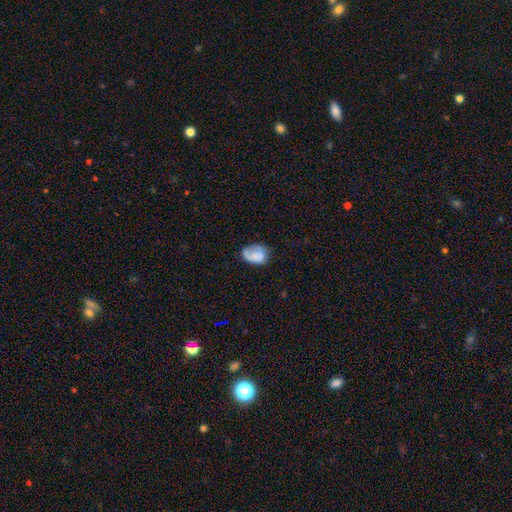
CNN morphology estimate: A smooth galaxy with no disk features (65%) that is in between round and cigar-shaped (72%). Merging: none (47%).